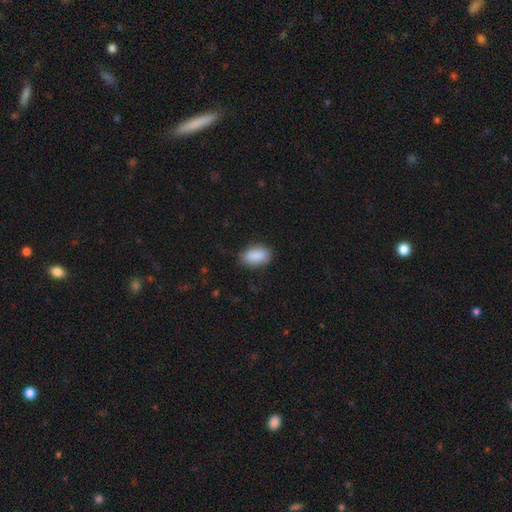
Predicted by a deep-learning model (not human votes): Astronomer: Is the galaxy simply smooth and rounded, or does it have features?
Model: smooth — 89%.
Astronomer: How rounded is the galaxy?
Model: in between — 91%.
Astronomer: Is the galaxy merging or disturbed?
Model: none — 80%.